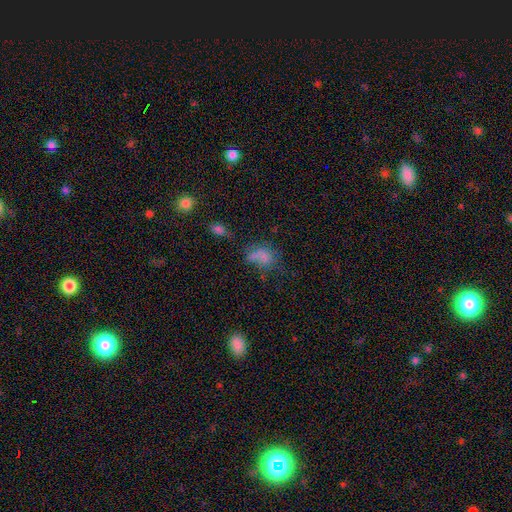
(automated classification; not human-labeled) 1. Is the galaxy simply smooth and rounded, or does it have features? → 57% smooth, 24% star or artifact, 19% featured or disk.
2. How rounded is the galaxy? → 69% in between, 27% round, 4% cigar-shaped.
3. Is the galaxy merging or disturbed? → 39% none, 25% major disturbance, 24% minor disturbance, 13% merger.